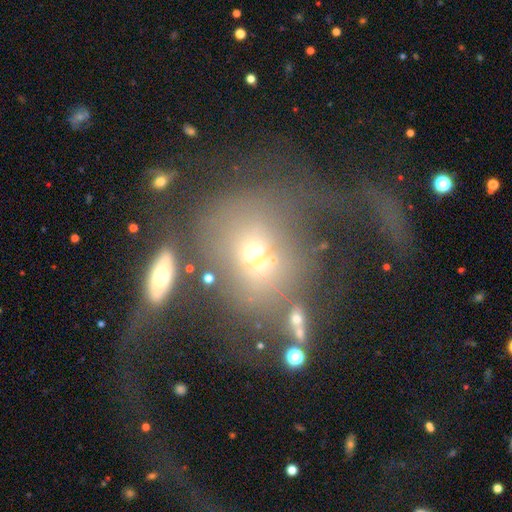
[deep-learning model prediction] A smooth galaxy with no disk features (57%) that is round (63%).

Vote fractions:
- Smooth or featured? smooth: 57% / featured or disk: 23% / star or artifact: 20%
- How rounded? round: 63% / in between: 35% / cigar-shaped: 2%
- Merging? none: 39% / merger: 25% / major disturbance: 19% / minor disturbance: 16%